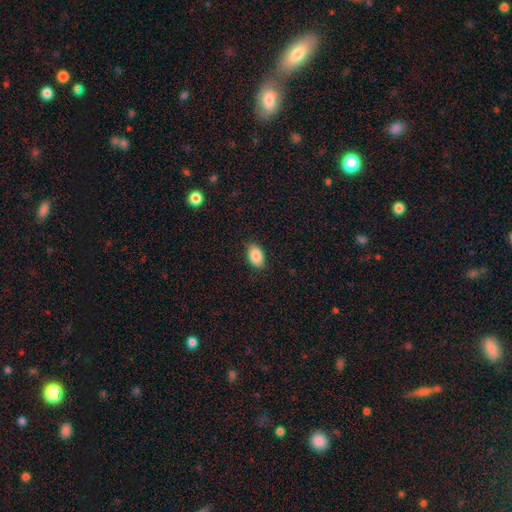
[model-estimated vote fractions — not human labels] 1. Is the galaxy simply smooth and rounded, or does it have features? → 87% smooth, 8% star or artifact, 5% featured or disk.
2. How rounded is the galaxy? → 88% in between, 11% round, 1% cigar-shaped.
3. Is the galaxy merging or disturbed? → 85% none, 12% minor disturbance, 2% major disturbance, 1% merger.